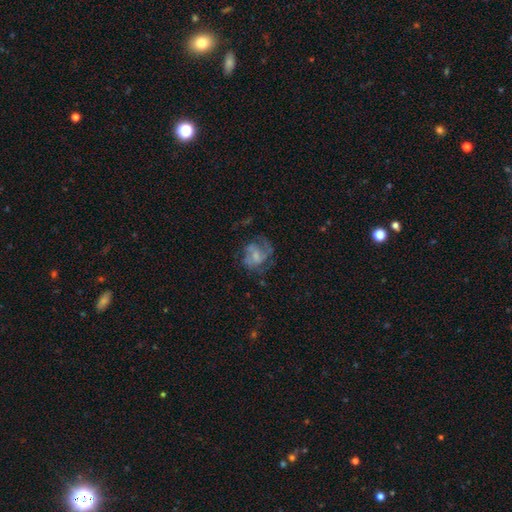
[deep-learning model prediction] Morphology: type=featured or disk (63%); edge-on=no (98%); bar=no (54%); spiral arms=yes (70%); bulge=small (41%); merging=none (46%).